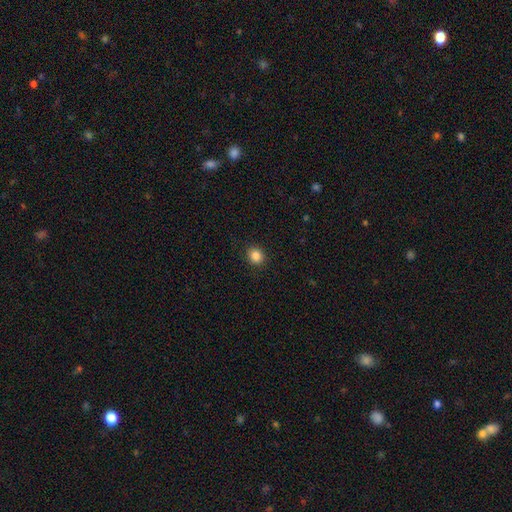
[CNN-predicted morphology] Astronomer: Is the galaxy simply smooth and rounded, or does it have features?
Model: smooth — 85%.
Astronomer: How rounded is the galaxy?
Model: round — 77%.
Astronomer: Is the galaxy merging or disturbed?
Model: none — 90%.